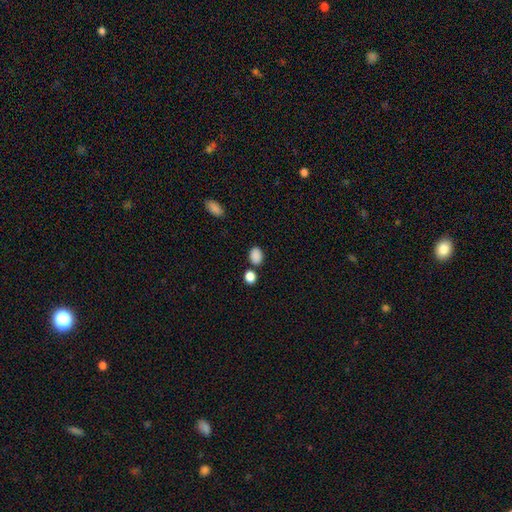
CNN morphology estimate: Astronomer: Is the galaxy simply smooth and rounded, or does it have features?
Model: smooth — 87%.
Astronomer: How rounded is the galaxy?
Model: in between — 75%.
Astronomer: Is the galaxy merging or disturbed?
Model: none — 75%.